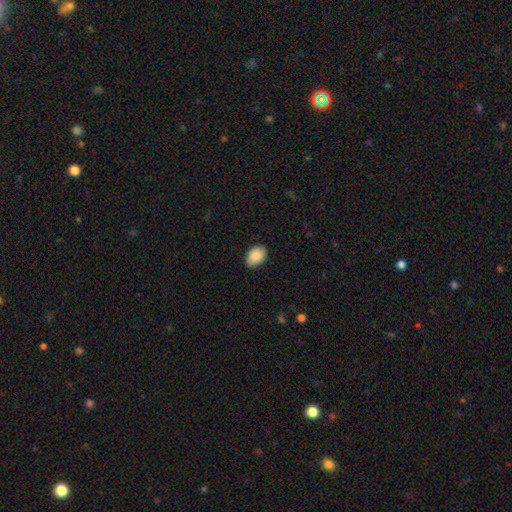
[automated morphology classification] Smooth or featured? Predicted: smooth (p=0.90). How rounded? Predicted: in between (p=0.83). Merging? Predicted: none (p=0.88).